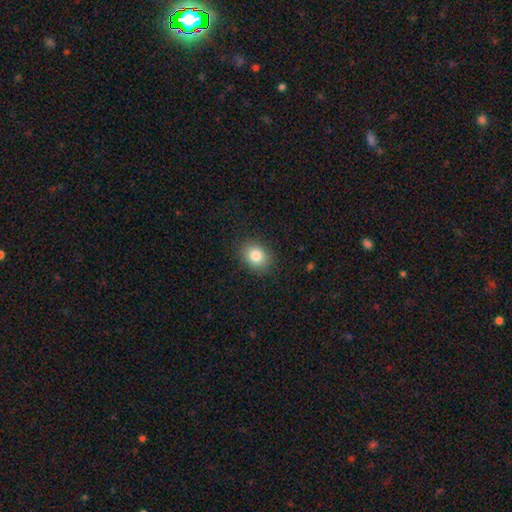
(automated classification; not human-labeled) This appears to be a smooth galaxy with no disk features (84%) that is round (52%). Merging: none (88%).